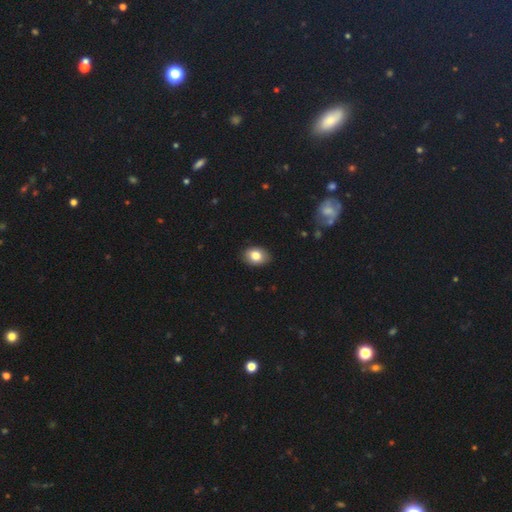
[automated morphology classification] Smooth or featured? Predicted: smooth (p=0.82). How rounded? Predicted: in between (p=0.78). Merging? Predicted: none (p=0.88).